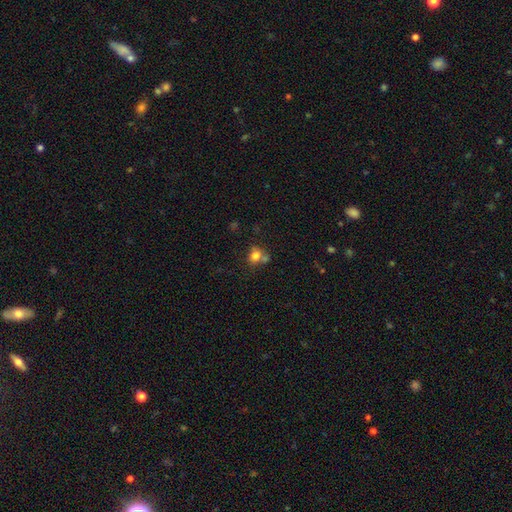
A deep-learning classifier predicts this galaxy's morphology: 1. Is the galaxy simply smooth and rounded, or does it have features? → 77% smooth, 12% star or artifact, 11% featured or disk.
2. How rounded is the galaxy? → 63% round, 36% in between, 1% cigar-shaped.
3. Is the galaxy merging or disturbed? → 47% none, 32% merger, 14% minor disturbance, 6% major disturbance.